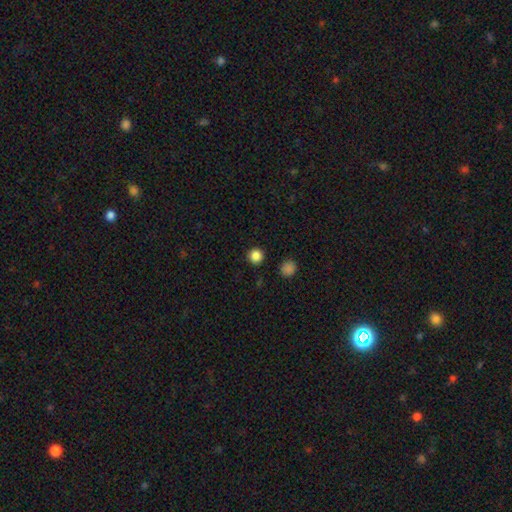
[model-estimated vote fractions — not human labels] smooth_or_featured: smooth (p=0.85) [alt: star or artifact p=0.12]
how_rounded: round (p=0.95) [alt: in between p=0.04]
merging: none (p=0.92) [alt: minor disturbance p=0.05]